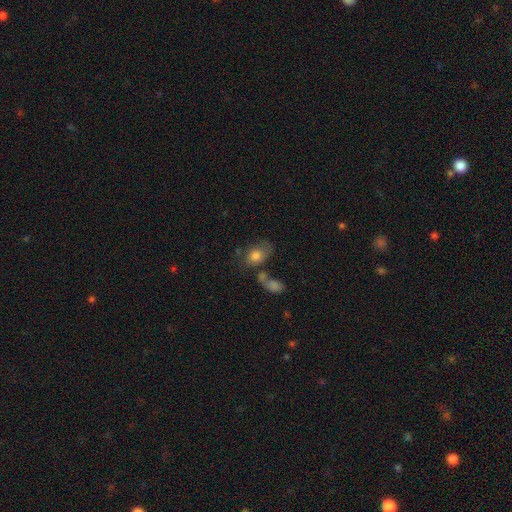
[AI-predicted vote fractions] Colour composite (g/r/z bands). It shows a smooth galaxy with no disk features (74%) that is in between round and cigar-shaped (73%). Merging: none (40%).